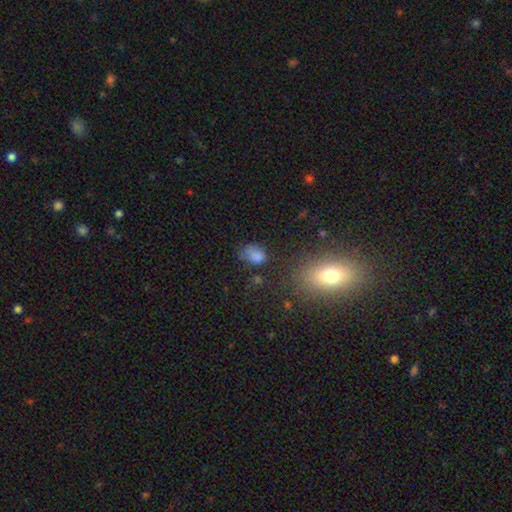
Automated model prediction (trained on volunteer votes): Smooth or featured? Predicted: smooth (p=0.73). How rounded? Predicted: in between (p=0.75). Merging? Predicted: none (p=0.45).